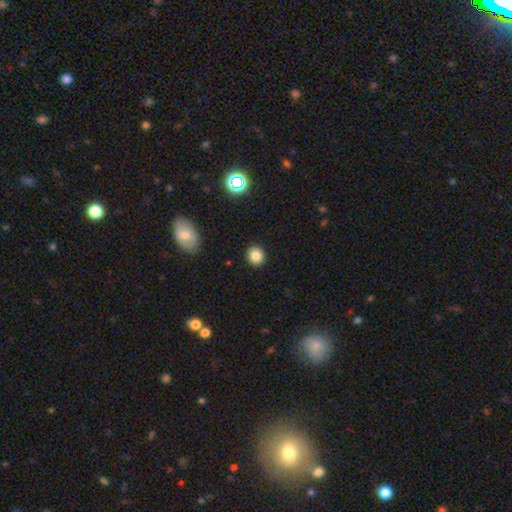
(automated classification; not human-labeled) smooth-or-featured: smooth: 84% | star or artifact: 11% | featured or disk: 5%
  how-rounded: round: 85% | in between: 14% | cigar-shaped: 1%
  merging: none: 91% | minor disturbance: 6% | major disturbance: 2% | merger: 1%